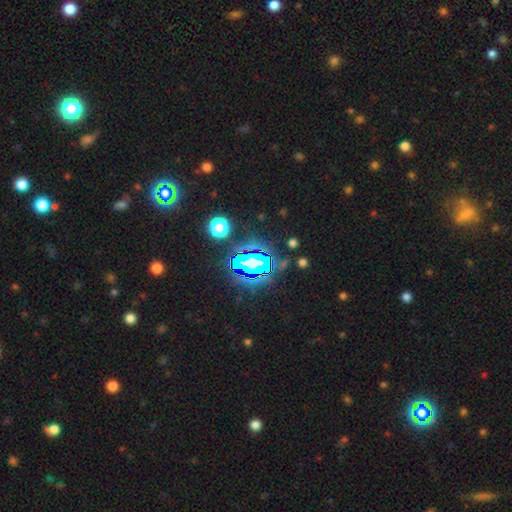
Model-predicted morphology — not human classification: A star or artifact, not a galaxy (62%).